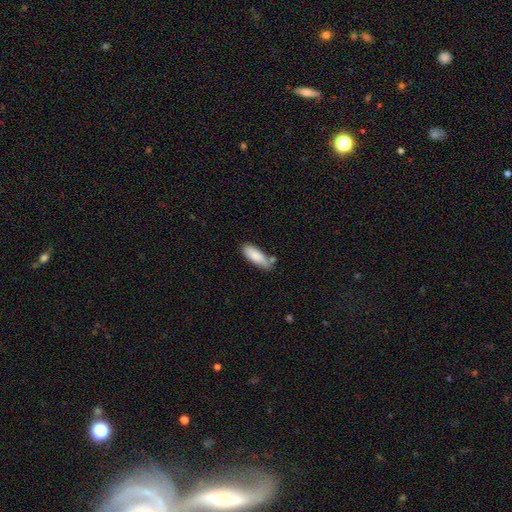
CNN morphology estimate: type=smooth (85%); roundness=in between (61%); merging=none (60%).